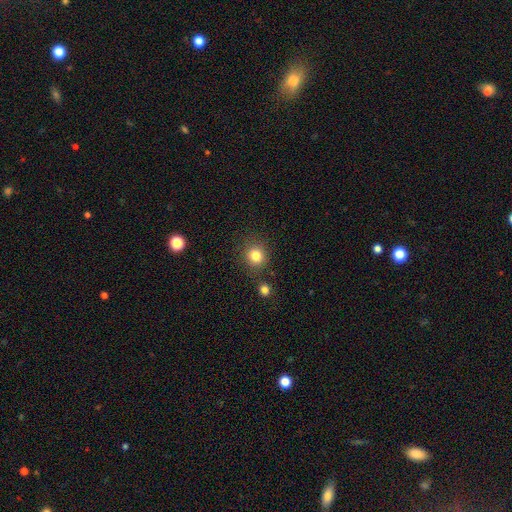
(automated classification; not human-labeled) This is clearly a smooth galaxy (82%). How rounded: clearly round (85%). Merging: clearly none (81%).